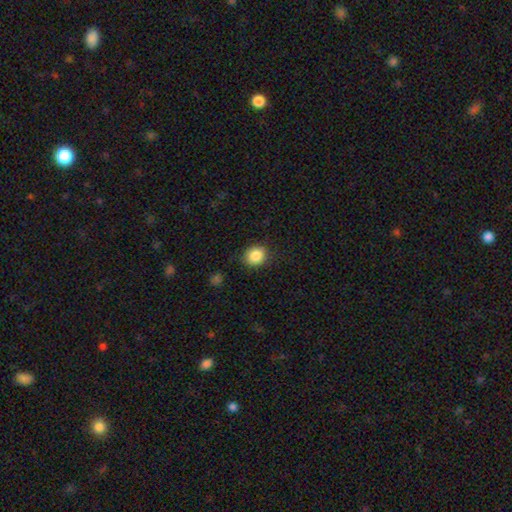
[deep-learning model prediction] Smooth or featured? Predicted: smooth (p=0.86). How rounded? Predicted: round (p=0.77). Merging? Predicted: none (p=0.86).